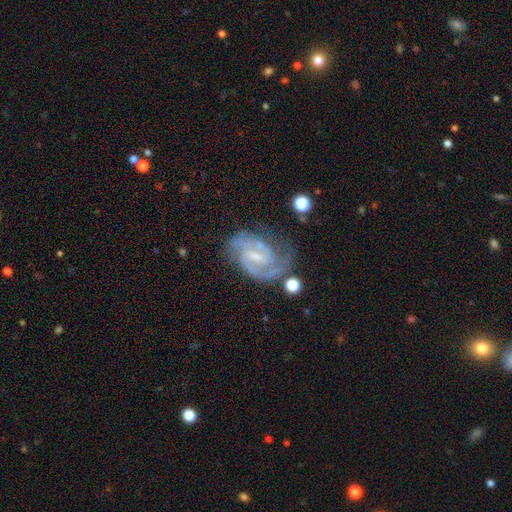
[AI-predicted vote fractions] Smooth or featured? featured or disk (90%)
Edge-on disk? no (98%)
Bar? weak (56%)
Spiral arms? yes (98%)
Spiral winding? medium (50%)
Spiral arm count? 2 (80%)
Bulge size? small (64%)
Merging? none (66%)